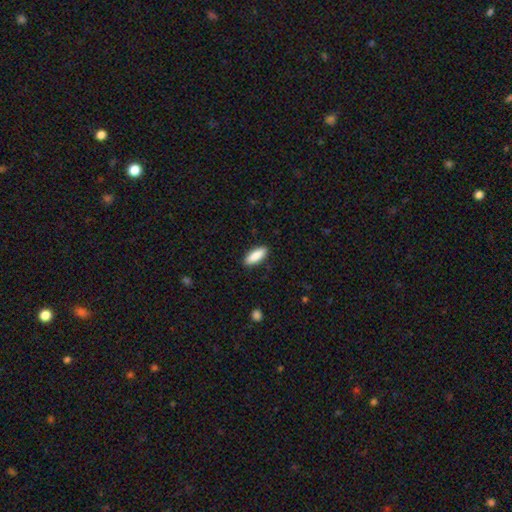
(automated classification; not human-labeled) The model was most divided on "how rounded": in between: 63%, cigar-shaped: 35%, round: 2%. More confident: merging — none (89%); smooth or featured — smooth (87%).